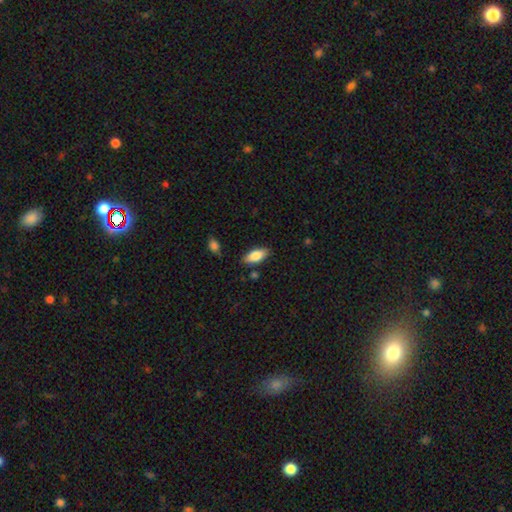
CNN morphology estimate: Q: Smooth or featured?
A: smooth (83%); runner-up: featured or disk (11%)
Q: How rounded?
A: in between (86%); runner-up: cigar-shaped (12%)
Q: Merging?
A: none (83%); runner-up: minor disturbance (12%)